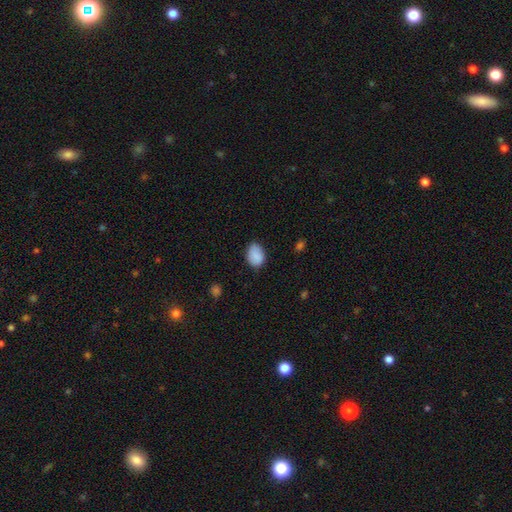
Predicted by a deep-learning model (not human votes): The model was most divided on "merging": none: 70%, minor disturbance: 25%, major disturbance: 4%, merger: 1%. More confident: smooth or featured — smooth (88%); how rounded — in between (74%).